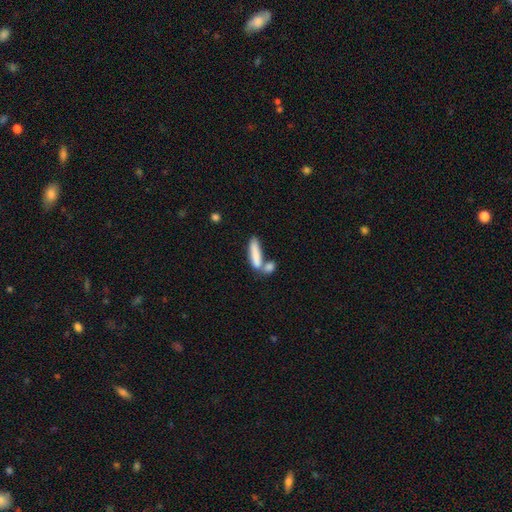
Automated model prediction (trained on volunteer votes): Smooth or featured?
  - smooth: 81% *
  - featured or disk: 12%
  - star or artifact: 7%
How rounded?
  - cigar-shaped: 69% *
  - in between: 29%
  - round: 3%
Merging?
  - none: 43% *
  - merger: 39%
  - minor disturbance: 12%
  - major disturbance: 5%